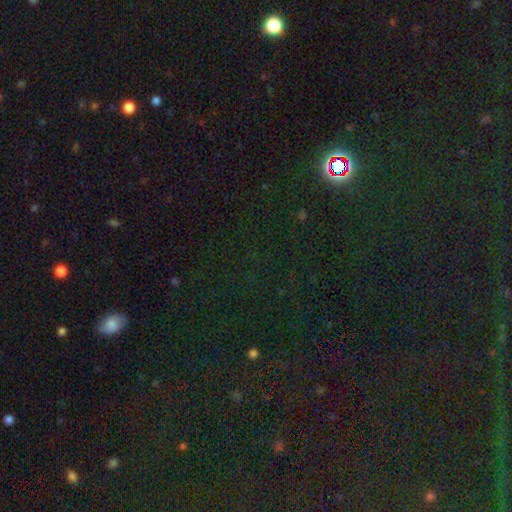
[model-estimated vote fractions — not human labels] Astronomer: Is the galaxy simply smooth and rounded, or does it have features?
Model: star or artifact — 78%.